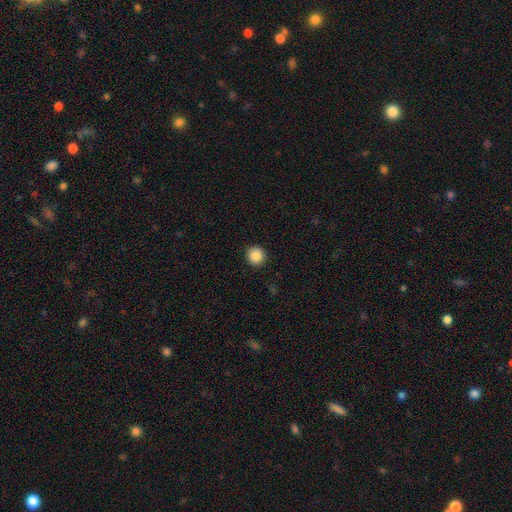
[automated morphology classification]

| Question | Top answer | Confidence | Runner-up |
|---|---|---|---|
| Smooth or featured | smooth | 88% | star or artifact (9%) |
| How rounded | round | 93% | in between (6%) |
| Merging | none | 92% | minor disturbance (6%) |